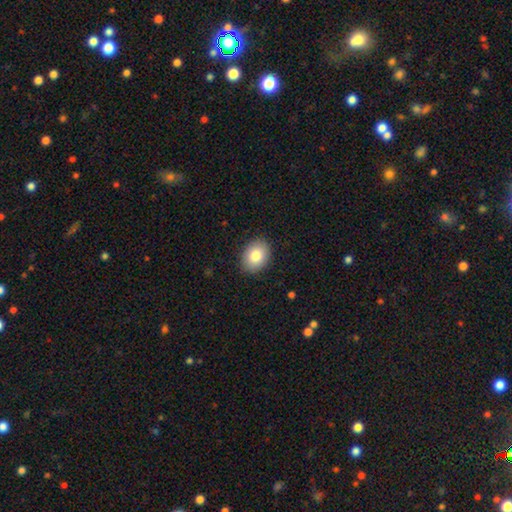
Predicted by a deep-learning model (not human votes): Smooth or featured?
  - smooth: 83% *
  - featured or disk: 9%
  - star or artifact: 8%
How rounded?
  - in between: 69% *
  - round: 30%
  - cigar-shaped: 1%
Merging?
  - none: 89% *
  - minor disturbance: 8%
  - major disturbance: 2%
  - merger: 1%